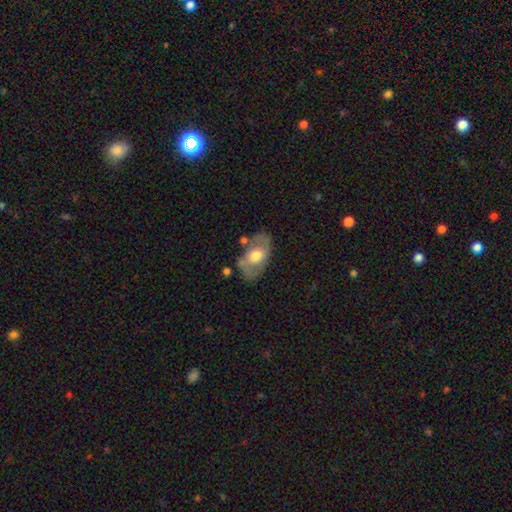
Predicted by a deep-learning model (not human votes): This is possibly a featured or disk galaxy (53%). It is clearly not viewed edge-on (91%). Merging: likely none (65%).